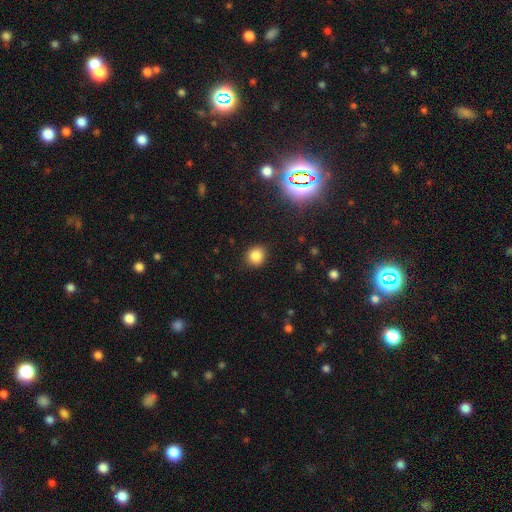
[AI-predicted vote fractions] Q: Smooth or featured?
A: smooth (83%); runner-up: star or artifact (12%)
Q: How rounded?
A: round (83%); runner-up: in between (16%)
Q: Merging?
A: none (89%); runner-up: minor disturbance (8%)